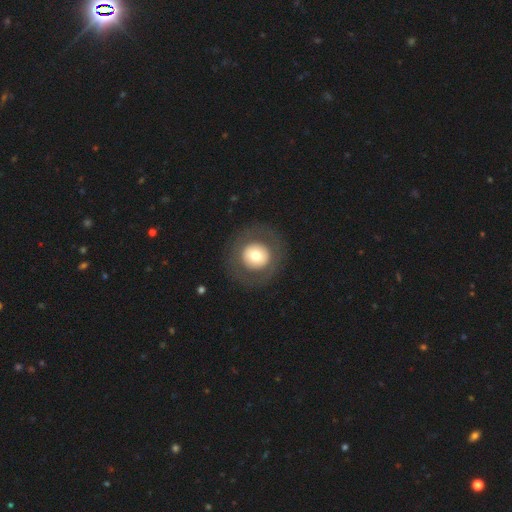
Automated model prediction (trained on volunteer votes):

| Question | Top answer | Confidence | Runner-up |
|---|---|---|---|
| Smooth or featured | smooth | 59% | featured or disk (33%) |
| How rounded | round | 94% | in between (5%) |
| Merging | none | 86% | minor disturbance (7%) |